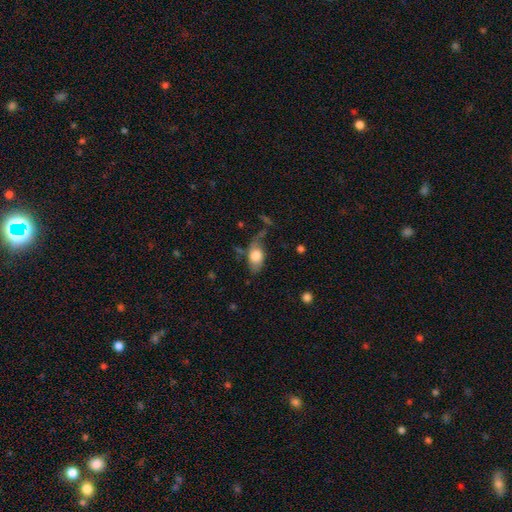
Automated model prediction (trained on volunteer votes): Smooth or featured?
  - smooth: 69% *
  - featured or disk: 24%
  - star or artifact: 7%
How rounded?
  - in between: 87% *
  - round: 8%
  - cigar-shaped: 5%
Merging?
  - none: 48% *
  - minor disturbance: 28%
  - major disturbance: 18%
  - merger: 6%